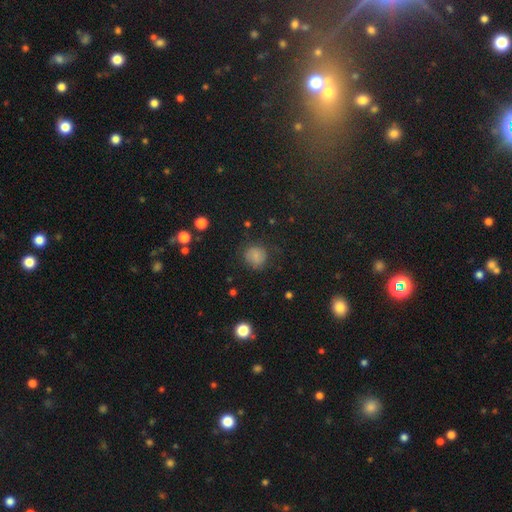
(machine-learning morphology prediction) Smooth or featured?
  - smooth: 79% *
  - star or artifact: 13%
  - featured or disk: 8%
How rounded?
  - round: 86% *
  - in between: 13%
  - cigar-shaped: 1%
Merging?
  - none: 75% *
  - minor disturbance: 17%
  - major disturbance: 6%
  - merger: 1%